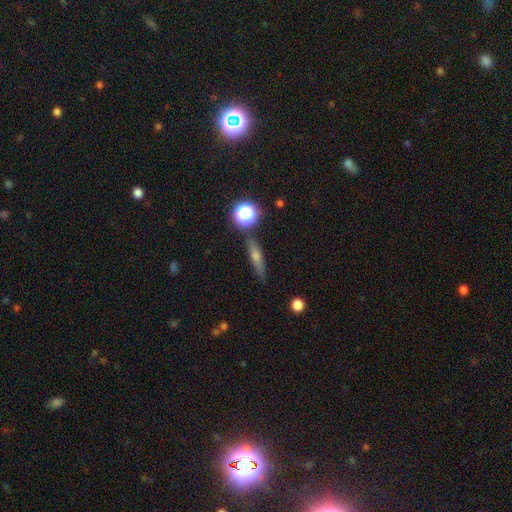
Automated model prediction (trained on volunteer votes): smooth 50%, featured or disk 36%, star or artifact 15%. Down the decision tree: merging — none (81%).